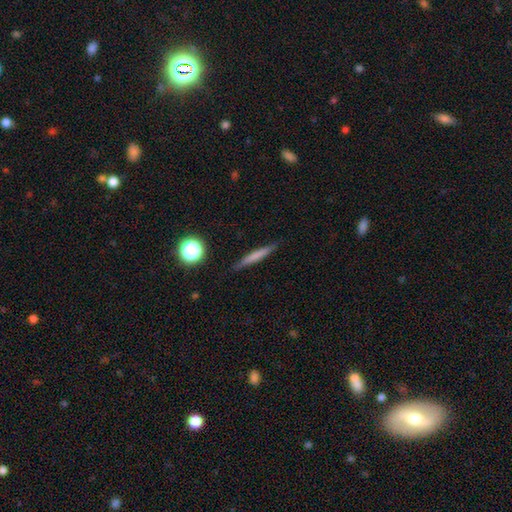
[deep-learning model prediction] smooth_or_featured: smooth (p=0.59) [alt: featured or disk p=0.33]
how_rounded: cigar-shaped (p=0.92) [alt: in between p=0.05]
merging: none (p=0.87) [alt: minor disturbance p=0.10]